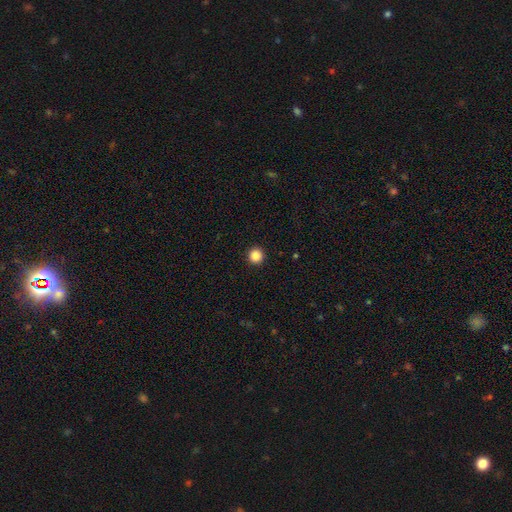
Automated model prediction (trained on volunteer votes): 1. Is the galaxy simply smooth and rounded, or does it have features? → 86% smooth, 11% star or artifact, 3% featured or disk.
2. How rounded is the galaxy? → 96% round, 3% in between, 1% cigar-shaped.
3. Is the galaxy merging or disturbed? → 94% none, 4% minor disturbance, 1% major disturbance, 1% merger.